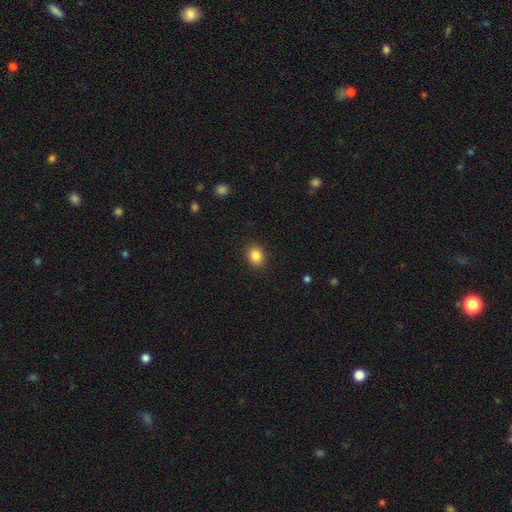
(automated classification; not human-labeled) Smooth or featured? smooth (85%)
How rounded? round (62%)
Merging? none (90%)